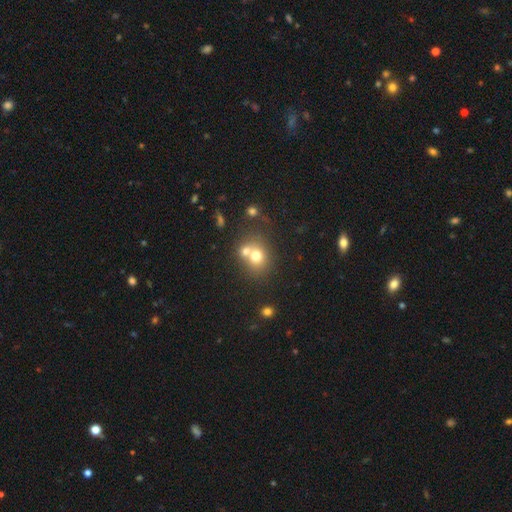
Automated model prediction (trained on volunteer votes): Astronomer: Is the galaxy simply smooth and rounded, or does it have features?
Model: smooth — 70%.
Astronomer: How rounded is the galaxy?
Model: round — 70%.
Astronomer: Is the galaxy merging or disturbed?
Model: merger — 48% (runner-up: none, 40%).